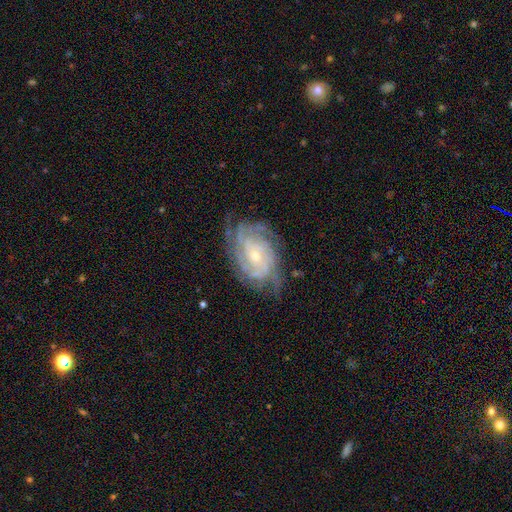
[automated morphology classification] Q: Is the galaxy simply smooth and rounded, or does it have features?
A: featured or disk — 87%.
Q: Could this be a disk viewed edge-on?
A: no — 97%.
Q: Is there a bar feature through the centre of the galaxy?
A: no — 71%.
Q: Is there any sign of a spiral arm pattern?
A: yes — 97%.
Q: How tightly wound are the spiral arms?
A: tight — 71%.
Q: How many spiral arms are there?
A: can't tell — 28%.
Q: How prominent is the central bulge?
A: small — 73%.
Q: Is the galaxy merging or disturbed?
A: none — 72%.